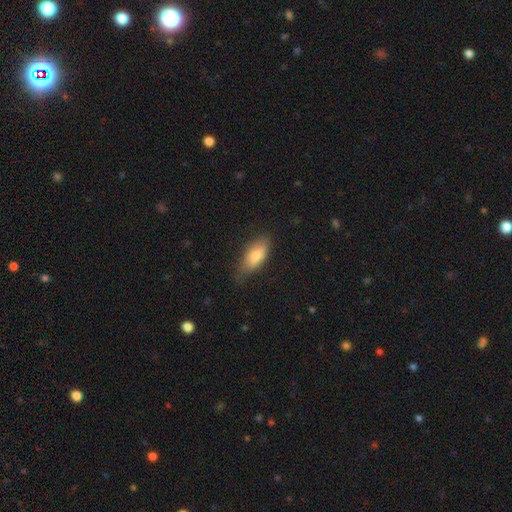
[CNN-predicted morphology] smooth_or_featured: smooth (p=0.78) [alt: featured or disk p=0.15]
how_rounded: in between (p=0.76) [alt: cigar-shaped p=0.22]
merging: none (p=0.71) [alt: minor disturbance p=0.23]